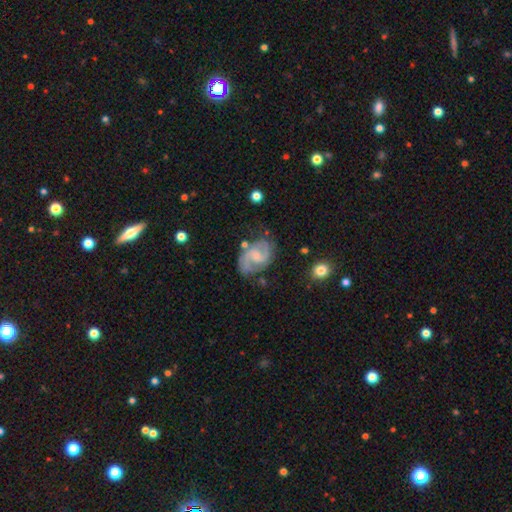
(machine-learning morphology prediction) Smooth or featured: featured or disk — 86% (smooth — 8%)
Edge-on disk: no — 98% (yes — 2%)
Bar: weak — 51% (no — 39%)
Spiral arms: yes — 97% (no — 3%)
Spiral winding: medium — 56% (tight — 28%)
Spiral arm count: 2 — 90% (can't tell — 4%)
Bulge size: small — 43% (moderate — 28%)
Merging: none — 68% (minor disturbance — 20%)